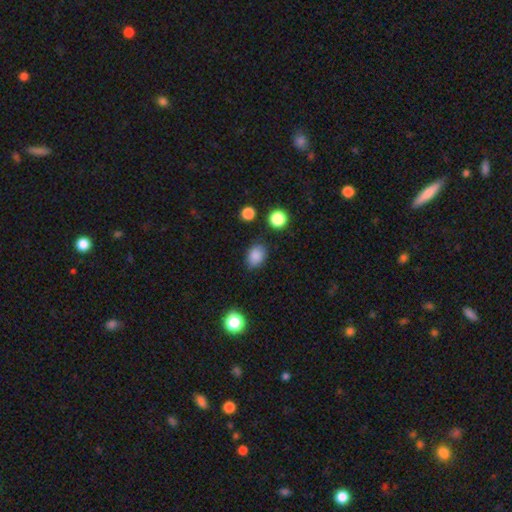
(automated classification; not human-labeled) Smooth or featured?
  - smooth: 86% *
  - star or artifact: 10%
  - featured or disk: 4%
How rounded?
  - in between: 70% *
  - round: 29%
  - cigar-shaped: 1%
Merging?
  - none: 81% *
  - minor disturbance: 13%
  - major disturbance: 3%
  - merger: 2%